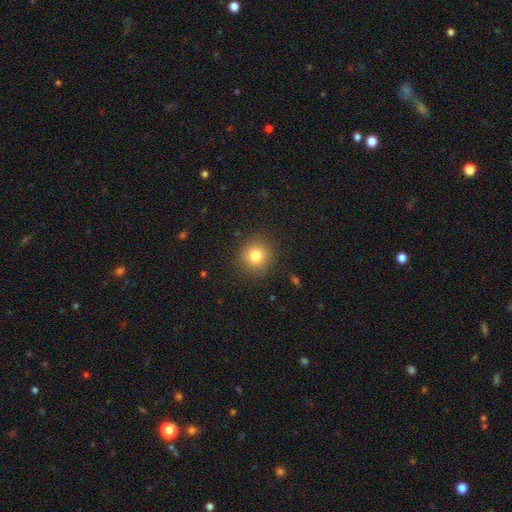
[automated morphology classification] This is clearly a smooth galaxy (80%). How rounded: clearly round (91%). Merging: clearly none (89%).